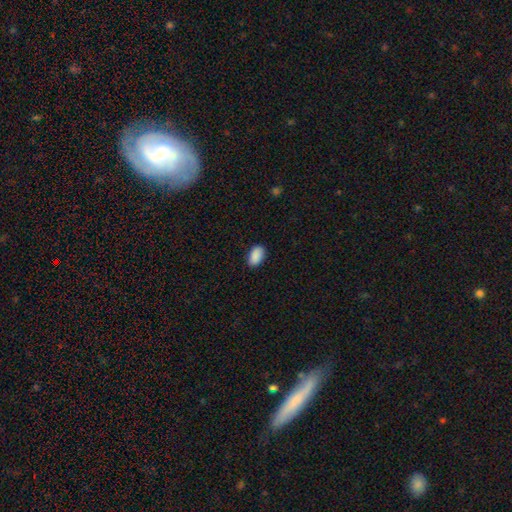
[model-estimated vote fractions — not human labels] Smooth or featured? Predicted: smooth (p=0.90). How rounded? Predicted: in between (p=0.92). Merging? Predicted: none (p=0.86).